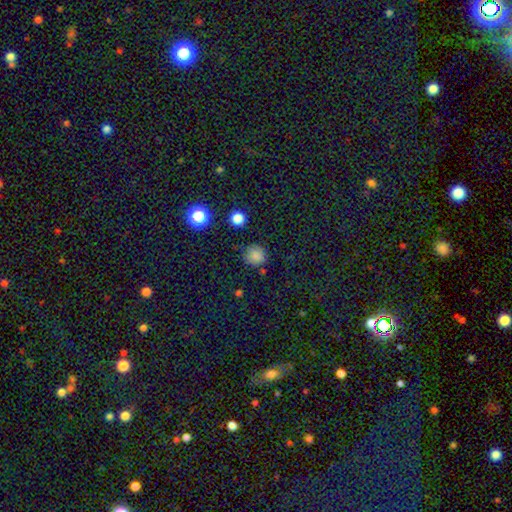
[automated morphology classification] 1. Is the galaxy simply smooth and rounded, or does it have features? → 80% smooth, 15% star or artifact, 5% featured or disk.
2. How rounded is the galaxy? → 88% round, 11% in between, 1% cigar-shaped.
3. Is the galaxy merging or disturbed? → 77% none, 15% minor disturbance, 4% major disturbance, 3% merger.